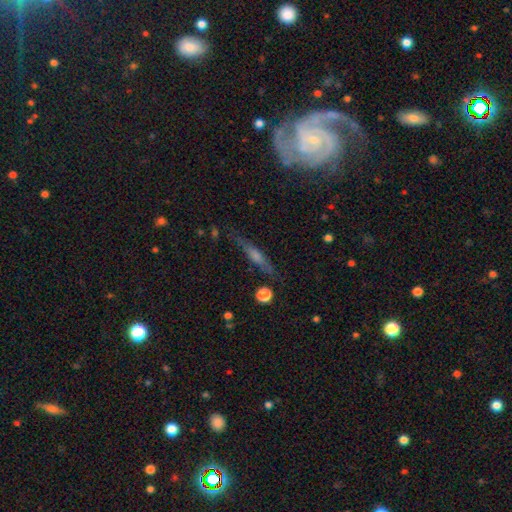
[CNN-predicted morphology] featured or disk 61%, smooth 27%, star or artifact 13%. Down the decision tree: edge-on disk — yes (91%); edge-on bulge — rounded (61%); merging — none (79%).